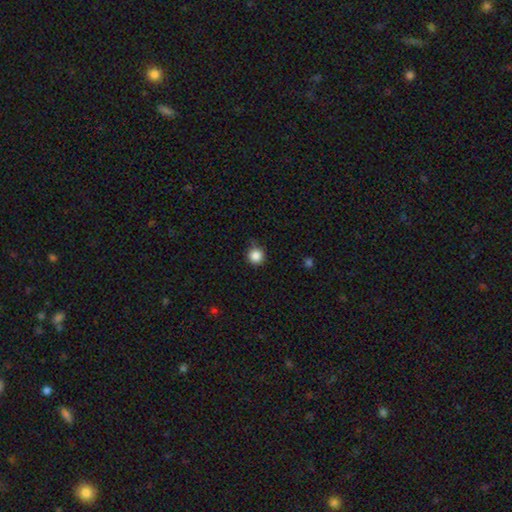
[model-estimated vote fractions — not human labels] Morphology: type=smooth (85%); roundness=round (95%); merging=none (80%).